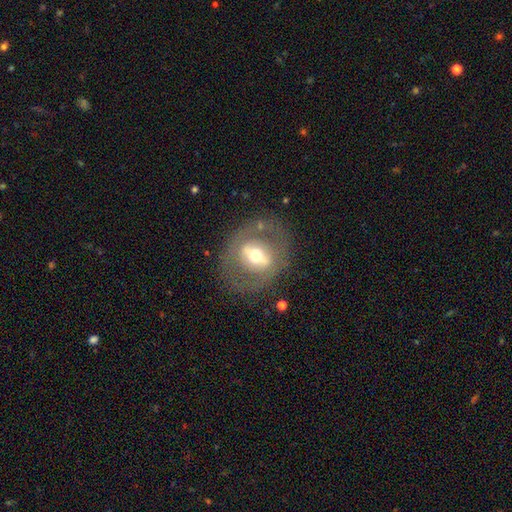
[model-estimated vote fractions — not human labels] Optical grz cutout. It shows a featured or disk galaxy (62%) with a strong bar (44%), no spiral arms (82%) and a moderate central bulge (66%). Merging: none (76%).